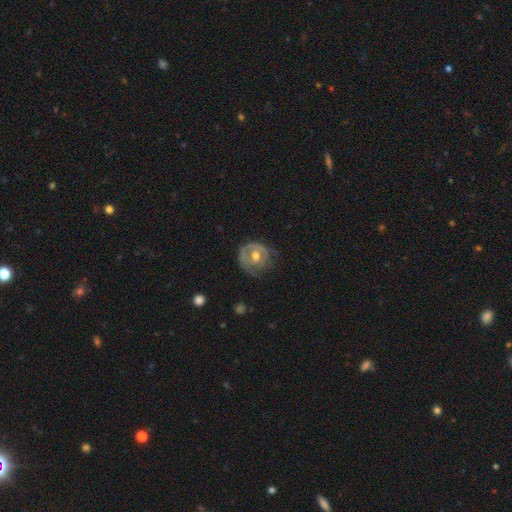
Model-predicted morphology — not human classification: This appears to be a featured or disk galaxy (58%) with no bar (71%), no spiral arms (55%) and a moderate central bulge (76%). Merging: none (58%).